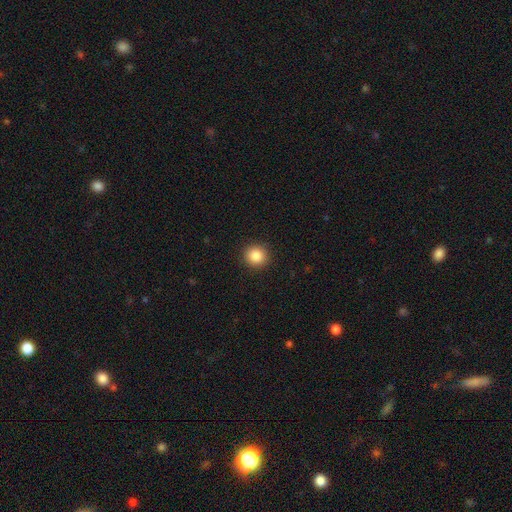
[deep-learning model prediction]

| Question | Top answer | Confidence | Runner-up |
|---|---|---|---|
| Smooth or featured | smooth | 85% | star or artifact (10%) |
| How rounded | round | 92% | in between (7%) |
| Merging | none | 92% | minor disturbance (5%) |